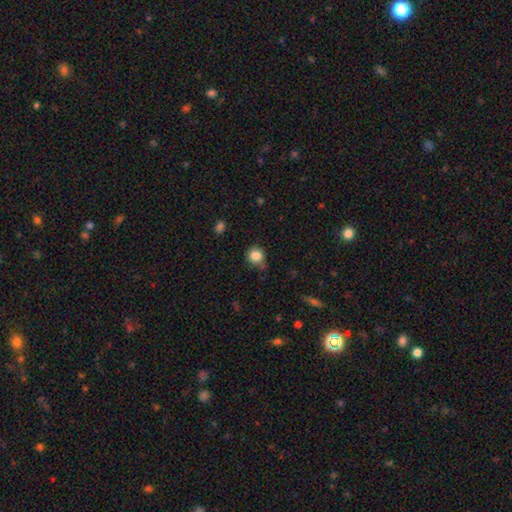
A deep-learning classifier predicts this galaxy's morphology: This is clearly a smooth galaxy (84%). How rounded: clearly round (87%). Merging: likely none (67%).